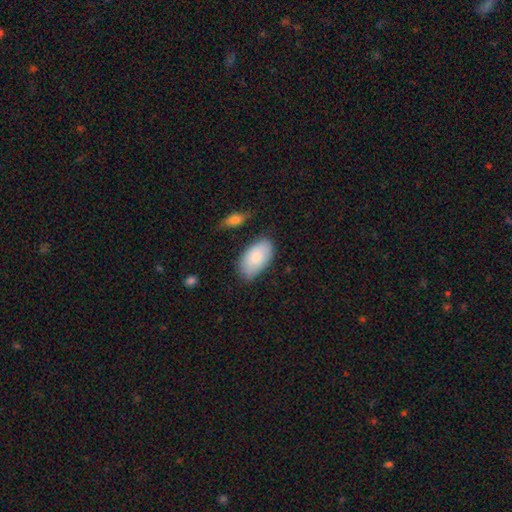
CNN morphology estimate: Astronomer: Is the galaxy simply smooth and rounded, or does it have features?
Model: smooth — 84%.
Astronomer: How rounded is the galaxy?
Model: in between — 95%.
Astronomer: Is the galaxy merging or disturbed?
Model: none — 74%.